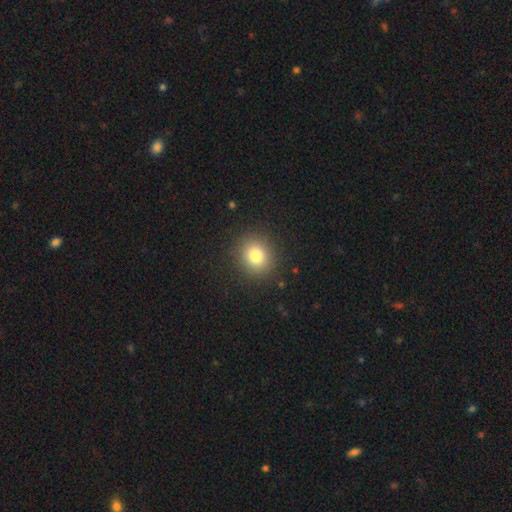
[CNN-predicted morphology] smooth_or_featured: smooth (p=0.80) [alt: star or artifact p=0.12]
how_rounded: round (p=0.79) [alt: in between p=0.20]
merging: none (p=0.89) [alt: minor disturbance p=0.07]